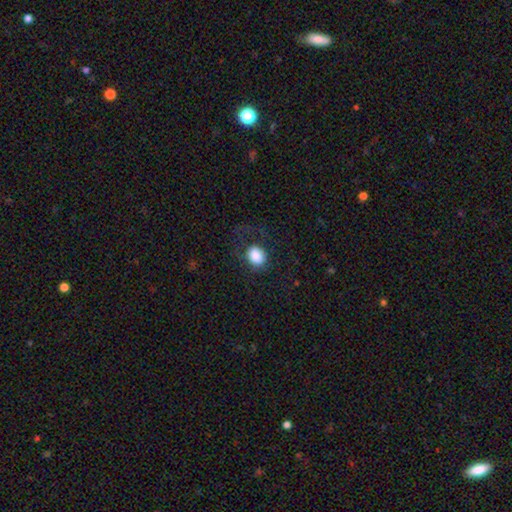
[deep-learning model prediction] Smooth or featured: smooth — 84% (featured or disk — 8%)
How rounded: round — 51% (in between — 48%)
Merging: none — 63% (major disturbance — 20%)